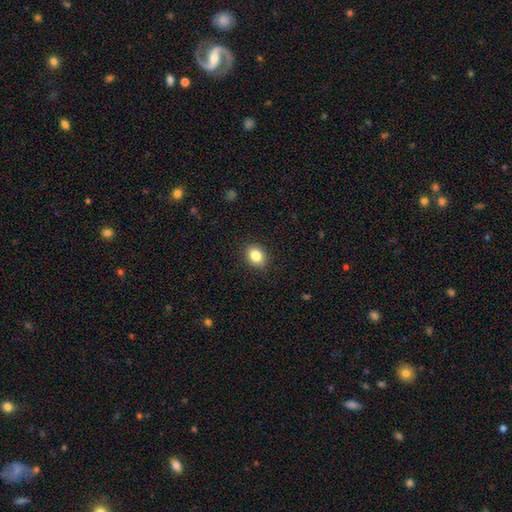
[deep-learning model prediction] Morphology: type=smooth (84%); roundness=in between (50%); merging=none (88%).